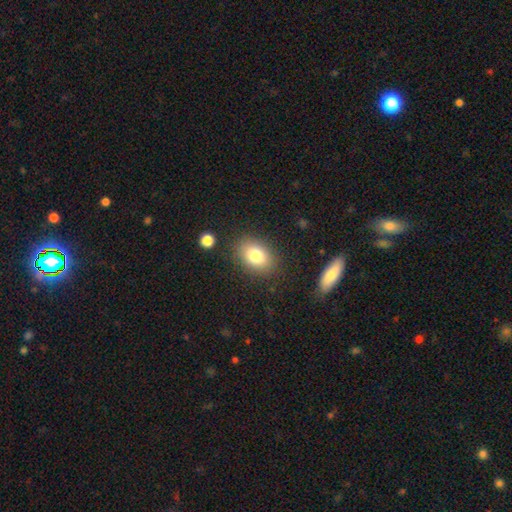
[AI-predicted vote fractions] smooth-or-featured: smooth: 80% | featured or disk: 10% | star or artifact: 10%
  how-rounded: in between: 76% | round: 23% | cigar-shaped: 1%
  merging: none: 84% | minor disturbance: 10% | major disturbance: 4% | merger: 2%